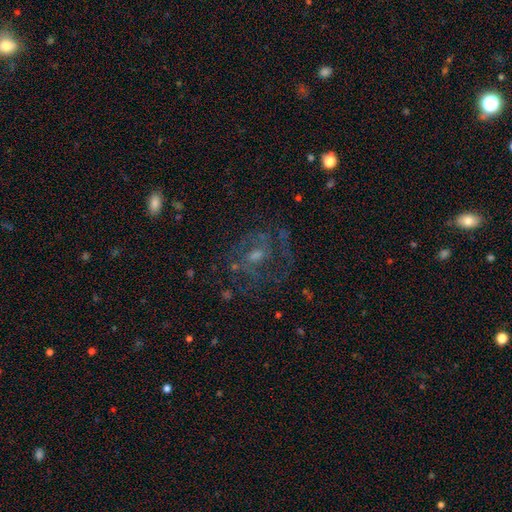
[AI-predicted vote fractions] Morphology: type=featured or disk (68%); edge-on=no (97%); bar=no (55%); spiral arms=yes (62%); bulge=moderate (47%); merging=none (59%).